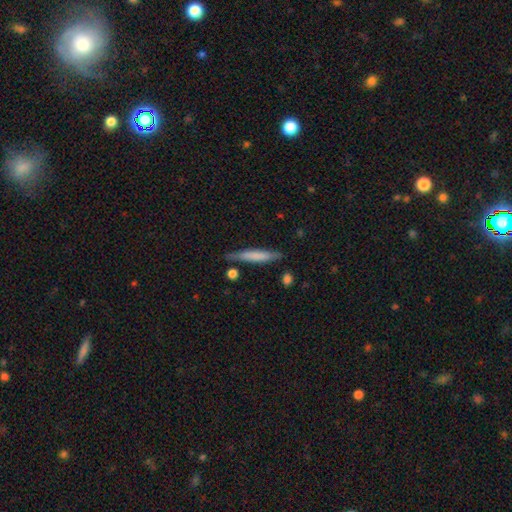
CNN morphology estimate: Overall: smooth (63%; featured or disk 31%). How rounded: cigar-shaped (92%). Merging: none (78%).